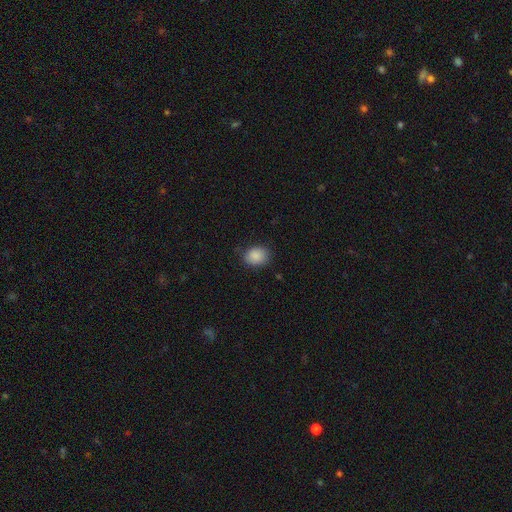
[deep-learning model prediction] smooth_or_featured: smooth (p=0.89) [alt: star or artifact p=0.08]
how_rounded: in between (p=0.53) [alt: round p=0.46]
merging: none (p=0.80) [alt: minor disturbance p=0.15]